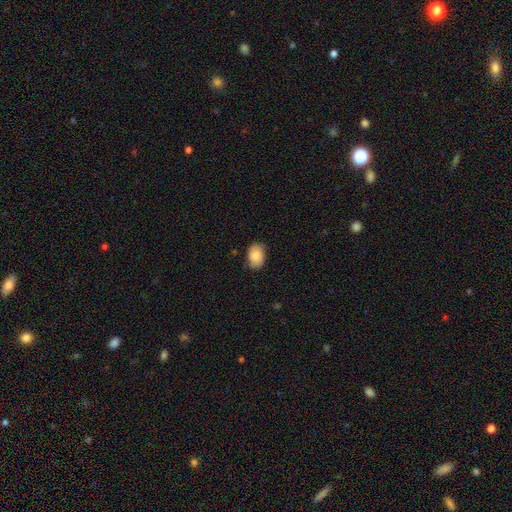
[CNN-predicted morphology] type=smooth (86%); roundness=in between (80%); merging=none (79%).